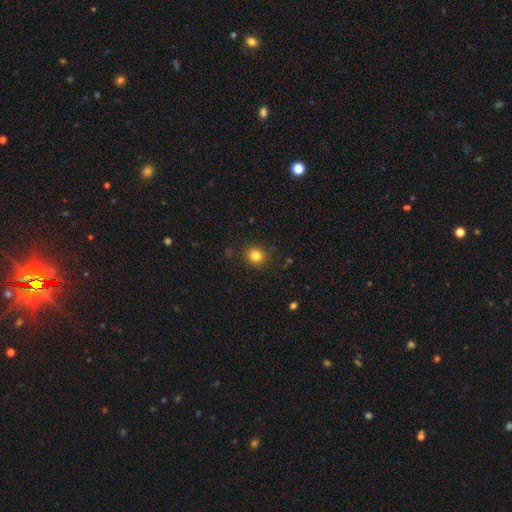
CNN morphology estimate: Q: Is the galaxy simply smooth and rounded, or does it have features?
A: smooth — 82%.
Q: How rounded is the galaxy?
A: round — 87%.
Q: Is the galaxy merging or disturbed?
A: none — 89%.